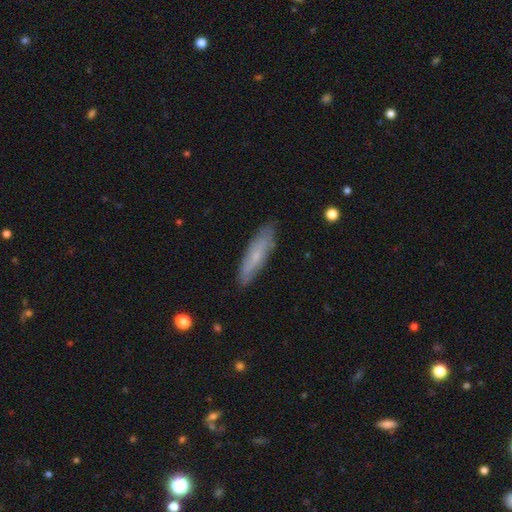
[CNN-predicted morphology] Smooth or featured: smooth — 56% (featured or disk — 38%)
How rounded: cigar-shaped — 70% (in between — 28%)
Merging: none — 84% (minor disturbance — 12%)